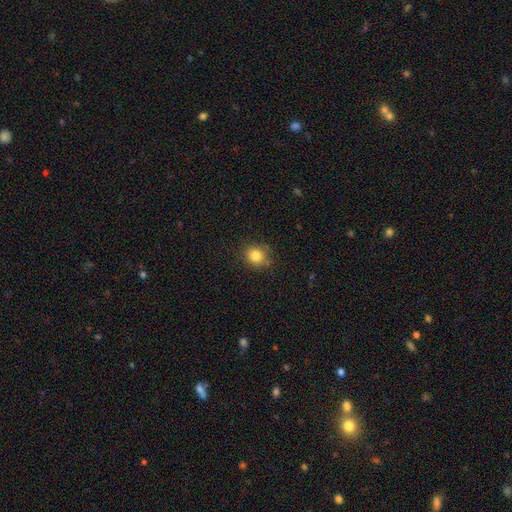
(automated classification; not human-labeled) smooth-or-featured: smooth: 83% | star or artifact: 11% | featured or disk: 6%
  how-rounded: round: 79% | in between: 20% | cigar-shaped: 1%
  merging: none: 82% | minor disturbance: 13% | major disturbance: 3% | merger: 2%